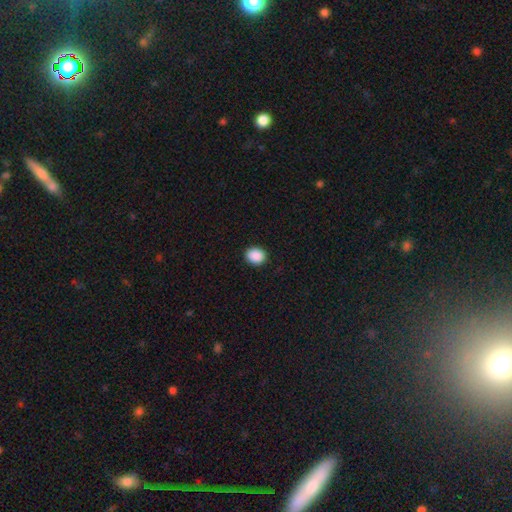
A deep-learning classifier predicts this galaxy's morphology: Smooth or featured?
  - smooth: 90% *
  - star or artifact: 8%
  - featured or disk: 2%
How rounded?
  - round: 61% *
  - in between: 38%
  - cigar-shaped: 1%
Merging?
  - none: 90% *
  - minor disturbance: 7%
  - major disturbance: 2%
  - merger: 1%